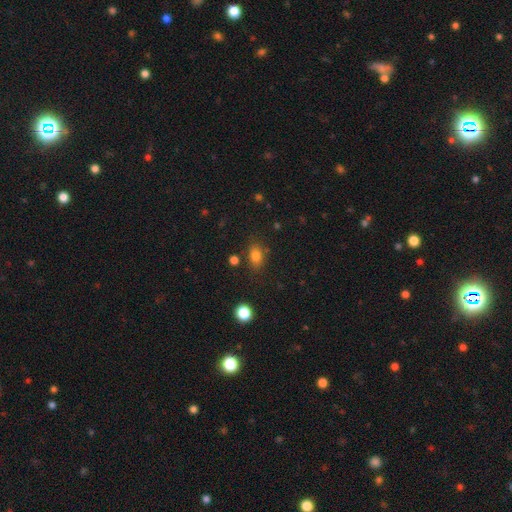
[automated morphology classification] A smooth galaxy with no disk features (81%) that is in between round and cigar-shaped (75%).

Vote fractions:
- Smooth or featured? smooth: 81% / star or artifact: 12% / featured or disk: 7%
- How rounded? in between: 75% / round: 23% / cigar-shaped: 2%
- Merging? none: 78% / minor disturbance: 13% / major disturbance: 4% / merger: 4%